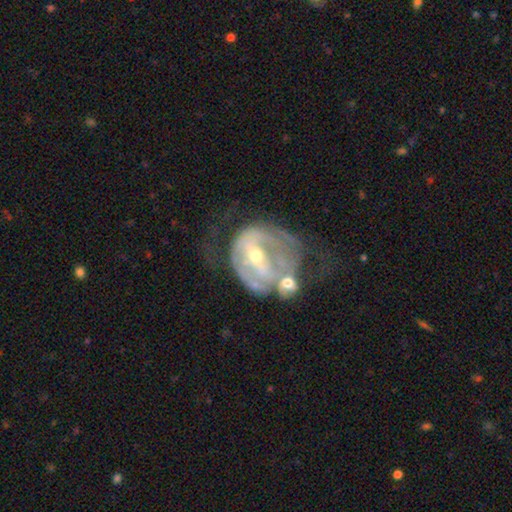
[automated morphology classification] smooth-or-featured: featured or disk: 79% | smooth: 14% | star or artifact: 7%
  disk-edge-on: no: 96% | yes: 4%
    bar: weak: 38% | strong: 35% | no: 28%
    has-spiral-arms: yes: 63% | no: 37%
    bulge-size: small: 55% | moderate: 41% | large: 2% | none: 1% | dominant: 1%
  merging: major disturbance: 35% | none: 25% | merger: 22% | minor disturbance: 18%